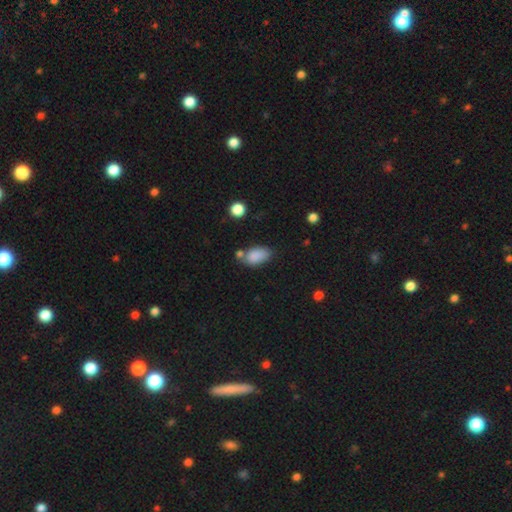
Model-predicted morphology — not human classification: Smooth or featured: smooth — 86% (star or artifact — 9%)
How rounded: in between — 91% (round — 7%)
Merging: none — 57% (minor disturbance — 22%)